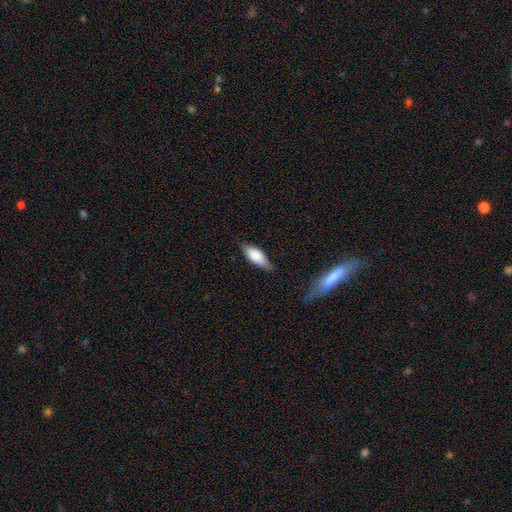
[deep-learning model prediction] A smooth galaxy with no disk features (78%) that is in between round and cigar-shaped (75%).

Vote fractions:
- Smooth or featured? smooth: 78% / featured or disk: 16% / star or artifact: 6%
- How rounded? in between: 75% / cigar-shaped: 22% / round: 2%
- Merging? none: 73% / minor disturbance: 21% / major disturbance: 4% / merger: 2%